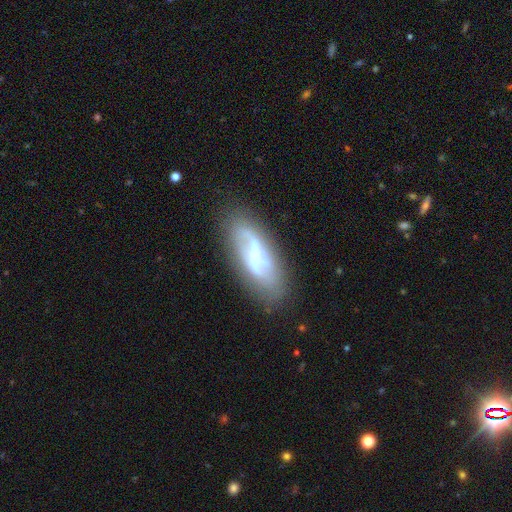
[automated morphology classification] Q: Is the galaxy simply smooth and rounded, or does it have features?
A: featured or disk — 70%.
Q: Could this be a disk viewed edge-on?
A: no — 87%.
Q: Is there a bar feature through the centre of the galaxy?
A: strong — 51%.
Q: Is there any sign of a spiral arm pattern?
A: yes — 73%.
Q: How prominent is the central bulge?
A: small — 38%.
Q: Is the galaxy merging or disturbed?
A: none — 71%.